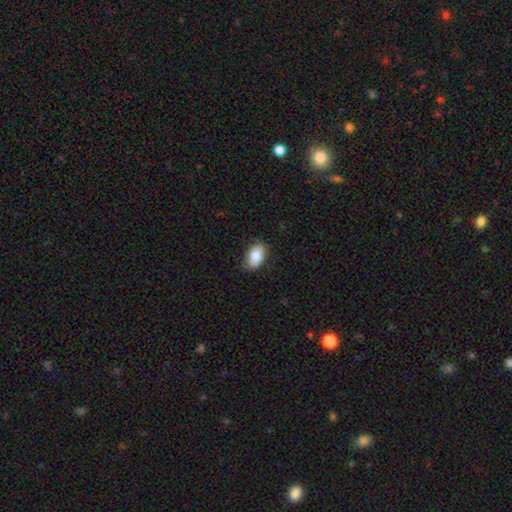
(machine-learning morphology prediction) smooth_or_featured: smooth (p=0.82) [alt: featured or disk p=0.12]
how_rounded: in between (p=0.91) [alt: round p=0.07]
merging: none (p=0.82) [alt: minor disturbance p=0.14]